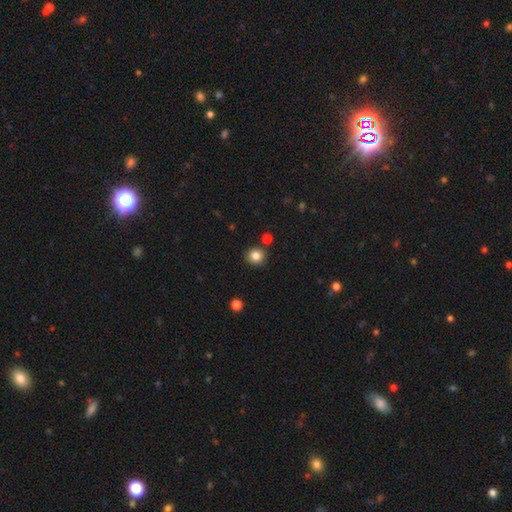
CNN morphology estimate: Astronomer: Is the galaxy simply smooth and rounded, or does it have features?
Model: smooth — 84%.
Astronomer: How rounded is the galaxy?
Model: round — 87%.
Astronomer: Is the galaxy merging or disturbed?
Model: none — 85%.